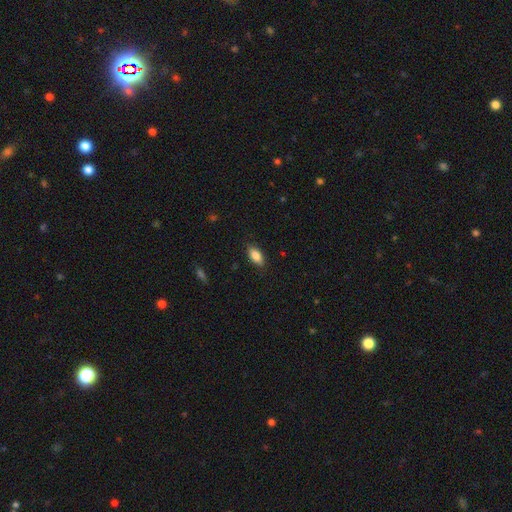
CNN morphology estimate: smooth-or-featured: smooth: 85% | featured or disk: 8% | star or artifact: 7%
  how-rounded: in between: 88% | cigar-shaped: 9% | round: 3%
  merging: none: 86% | minor disturbance: 11% | major disturbance: 2% | merger: 1%